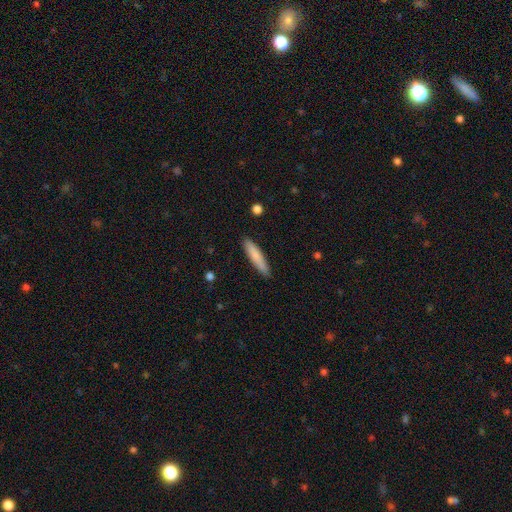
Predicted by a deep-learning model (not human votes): A smooth galaxy with no disk features (79%) that is cigar-shaped (87%).

Vote fractions:
- Smooth or featured? smooth: 79% / featured or disk: 15% / star or artifact: 6%
- How rounded? cigar-shaped: 87% / in between: 12% / round: 1%
- Merging? none: 88% / minor disturbance: 9% / major disturbance: 2% / merger: 1%